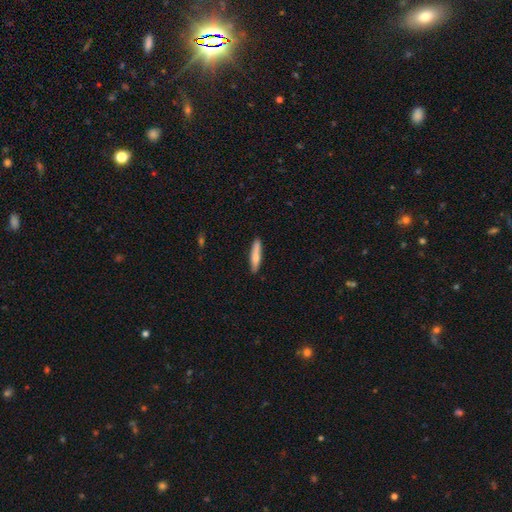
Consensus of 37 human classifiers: Smooth or featured: smooth — 76% (featured or disk — 19%)
How rounded: cigar-shaped — 86% (in between — 14%)
Merging: none — 80% (minor disturbance — 14%)